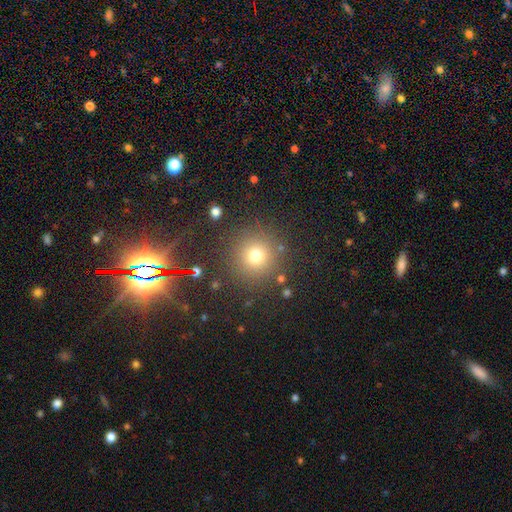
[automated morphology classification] Smooth or featured: smooth — 73% (star or artifact — 19%)
How rounded: round — 94% (in between — 5%)
Merging: none — 86% (minor disturbance — 7%)